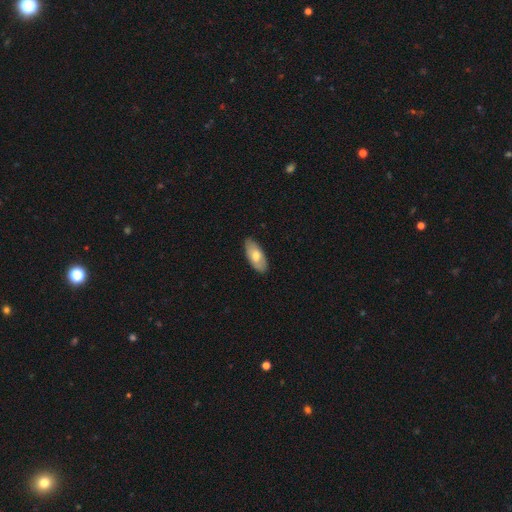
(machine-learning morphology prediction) Smooth or featured?
  - smooth: 65% *
  - featured or disk: 29%
  - star or artifact: 6%
How rounded?
  - in between: 89% *
  - cigar-shaped: 8%
  - round: 3%
Merging?
  - none: 85% *
  - minor disturbance: 12%
  - major disturbance: 2%
  - merger: 1%